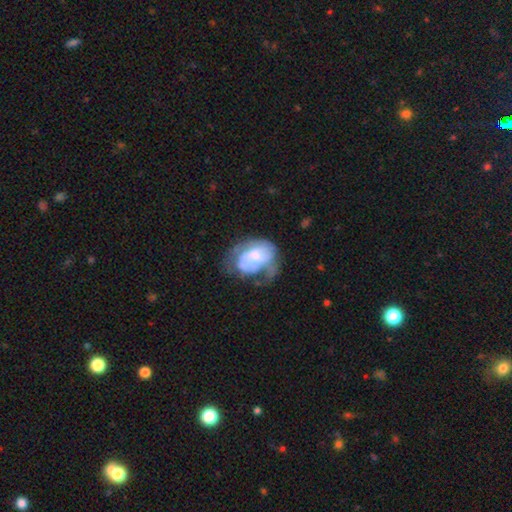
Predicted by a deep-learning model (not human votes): Smooth or featured?
  - featured or disk: 56% *
  - smooth: 37%
  - star or artifact: 8%
Edge-on disk?
  - no: 97% *
  - yes: 3%
Bar?
  - no: 66% *
  - weak: 28%
  - strong: 6%
Spiral arms?
  - yes: 59% *
  - no: 41%
Bulge size?
  - small: 30% * (tied)
  - moderate: 30% * (tied)
  - none: 22%
  - large: 15%
  - dominant: 3%
Merging?
  - major disturbance: 41% *
  - minor disturbance: 27%
  - none: 25%
  - merger: 7%